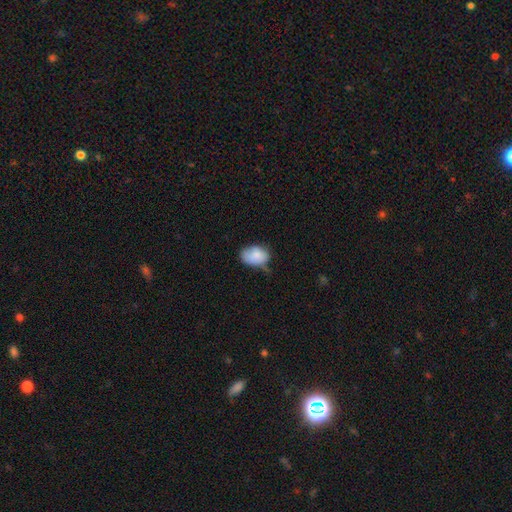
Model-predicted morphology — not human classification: Smooth or featured: smooth — 84% (featured or disk — 9%)
How rounded: in between — 81% (round — 18%)
Merging: none — 43% (minor disturbance — 42%)